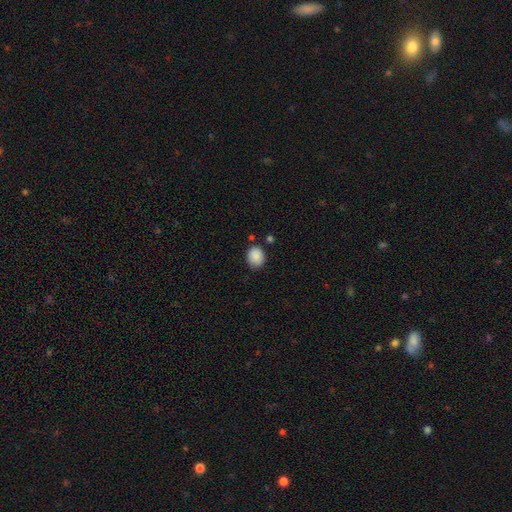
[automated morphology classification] smooth_or_featured: smooth (p=0.89) [alt: star or artifact p=0.08]
how_rounded: round (p=0.59) [alt: in between p=0.40]
merging: none (p=0.79) [alt: minor disturbance p=0.15]